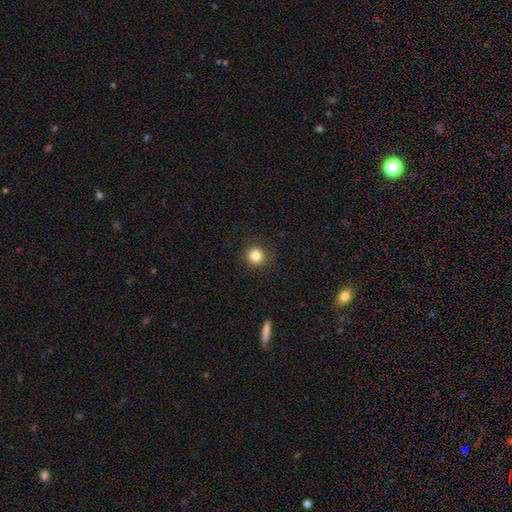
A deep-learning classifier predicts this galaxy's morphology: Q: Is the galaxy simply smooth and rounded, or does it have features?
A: smooth — 83%.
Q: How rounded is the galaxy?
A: round — 94%.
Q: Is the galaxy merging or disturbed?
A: none — 91%.